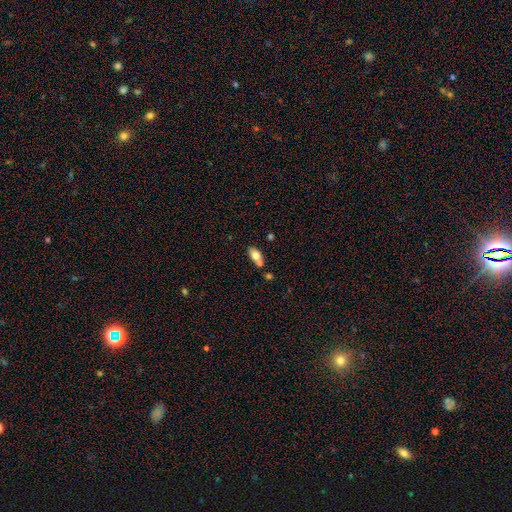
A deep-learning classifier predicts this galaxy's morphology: smooth_or_featured: smooth (p=0.77) [alt: featured or disk p=0.15]
how_rounded: in between (p=0.88) [alt: round p=0.08]
merging: none (p=0.48) [alt: merger p=0.36]